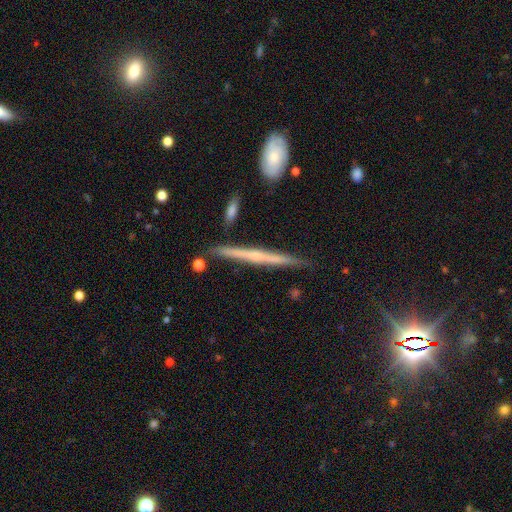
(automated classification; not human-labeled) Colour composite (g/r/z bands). It shows a featured or disk galaxy (67%) viewed edge-on (97%) with no central bulge (55%). Merging: none (86%).